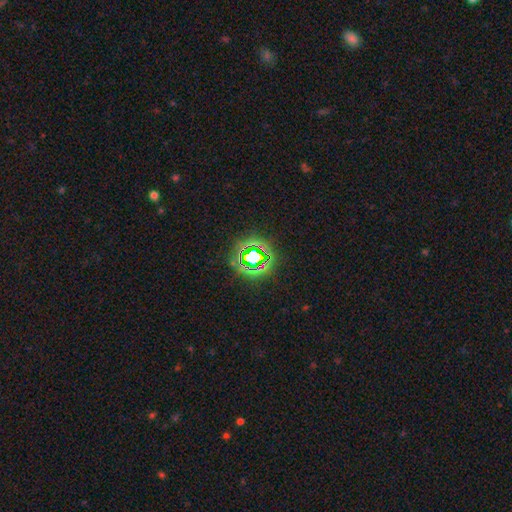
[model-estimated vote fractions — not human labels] smooth-or-featured: star or artifact: 71% | smooth: 18% | featured or disk: 11%